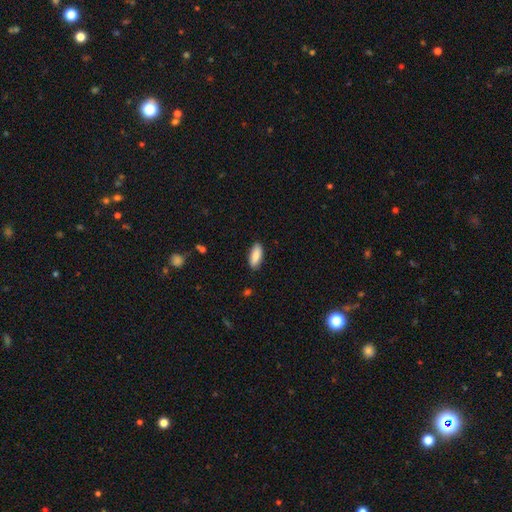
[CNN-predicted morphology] This is clearly a smooth galaxy (88%). How rounded: likely in between (78%). Merging: clearly none (88%).